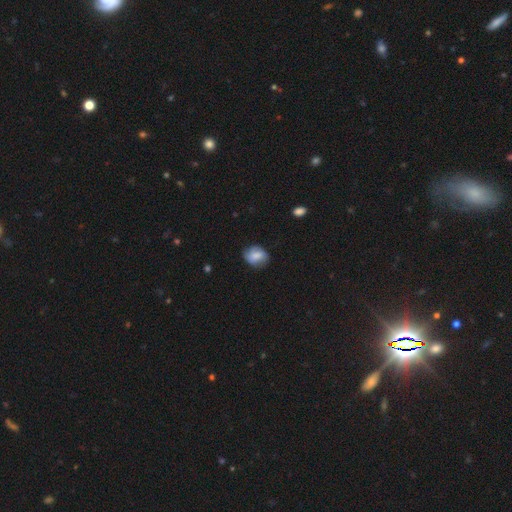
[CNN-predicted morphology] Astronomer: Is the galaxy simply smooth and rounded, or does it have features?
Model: smooth — 70%.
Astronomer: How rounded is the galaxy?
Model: round — 59% (runner-up: in between, 40%).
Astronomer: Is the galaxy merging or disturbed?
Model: none — 70%.